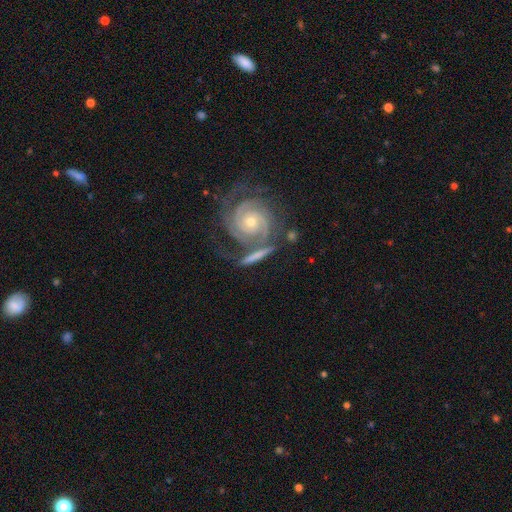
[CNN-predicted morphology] Smooth or featured?
  - featured or disk: 79% *
  - smooth: 15%
  - star or artifact: 6%
Edge-on disk?
  - no: 86% *
  - yes: 14%
Bar?
  - no: 68% *
  - weak: 20%
  - strong: 13%
Spiral arms?
  - yes: 95% *
  - no: 5%
Spiral winding?
  - tight: 76% *
  - medium: 19%
  - loose: 5%
Spiral arm count?
  - 2: 66% *
  - 3: 13%
  - can't tell: 11%
  - 4: 4%
  - 1: 3%
  - more than 4: 3%
Bulge size?
  - small: 52% *
  - moderate: 42%
  - large: 3%
  - none: 2%
  - dominant: 2%
Merging?
  - none: 61% *
  - minor disturbance: 16%
  - merger: 16%
  - major disturbance: 7%